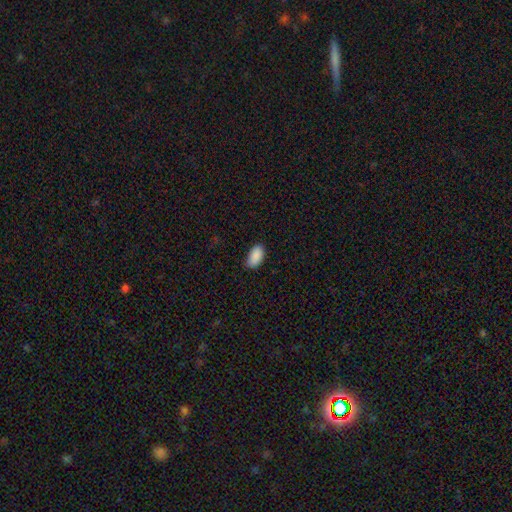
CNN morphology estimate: Overall: smooth (90%). How rounded: in between (94%). Merging: none (81%).